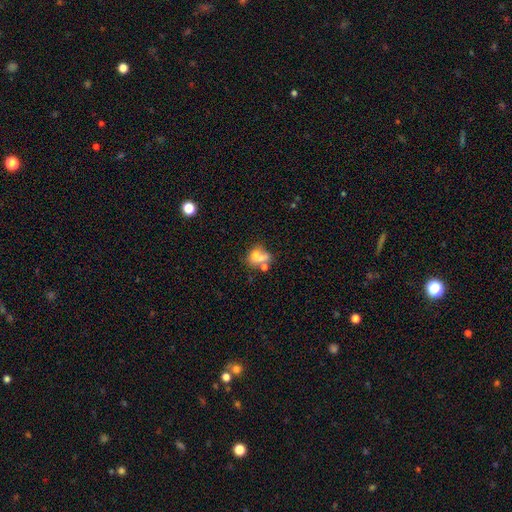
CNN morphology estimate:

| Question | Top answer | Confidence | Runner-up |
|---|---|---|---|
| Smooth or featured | smooth | 60% | featured or disk (27%) |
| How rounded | in between | 52% | round (46%) |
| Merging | merger | 47% | none (27%) |